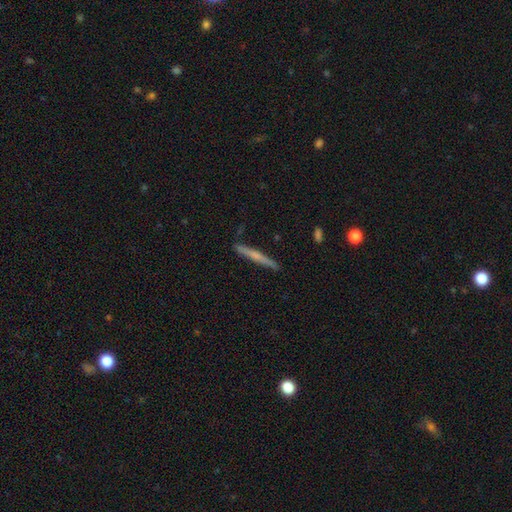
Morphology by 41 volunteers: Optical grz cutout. It shows a featured or disk galaxy (66%) viewed edge-on (100%) with a rounded central bulge (63%). Merging: none (83%).